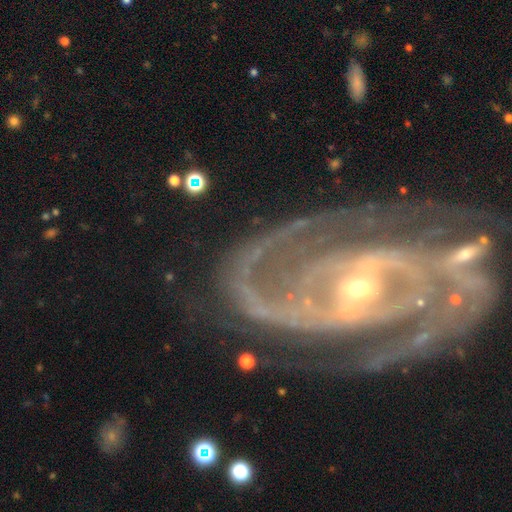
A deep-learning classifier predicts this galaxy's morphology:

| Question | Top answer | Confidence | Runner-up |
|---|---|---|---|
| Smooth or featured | featured or disk | 92% | star or artifact (5%) |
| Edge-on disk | no | 97% | yes (3%) |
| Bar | strong | 41% | weak (35%) |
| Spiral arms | yes | 97% | no (3%) |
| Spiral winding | medium | 48% | tight (40%) |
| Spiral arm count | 2 | 74% | 3 (9%) |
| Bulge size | small | 70% | moderate (26%) |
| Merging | none | 63% | minor disturbance (18%) |